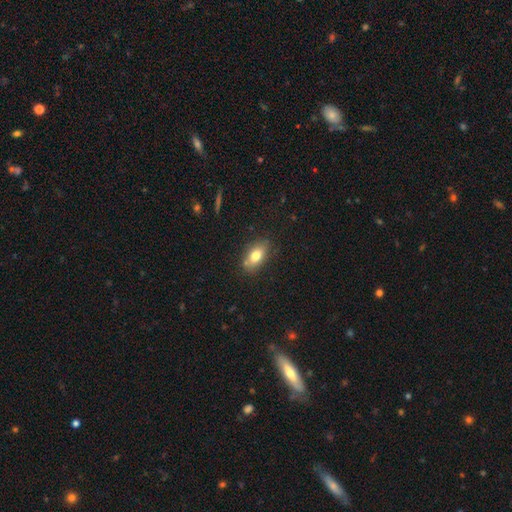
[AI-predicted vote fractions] Smooth or featured: smooth — 76% (featured or disk — 15%)
How rounded: in between — 86% (round — 8%)
Merging: none — 79% (minor disturbance — 15%)